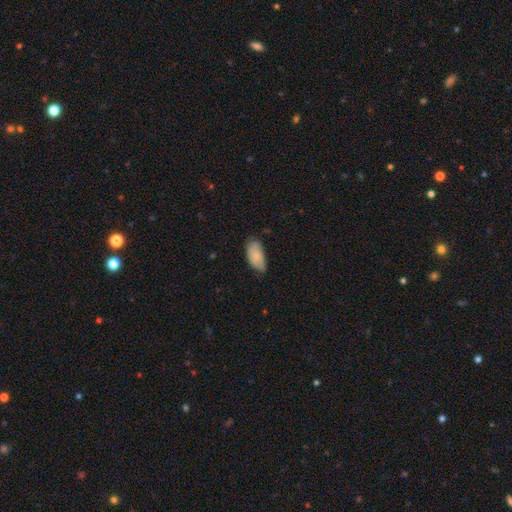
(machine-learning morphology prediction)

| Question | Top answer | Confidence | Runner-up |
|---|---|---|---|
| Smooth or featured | smooth | 84% | featured or disk (10%) |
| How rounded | in between | 93% | cigar-shaped (5%) |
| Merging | none | 60% | minor disturbance (34%) |